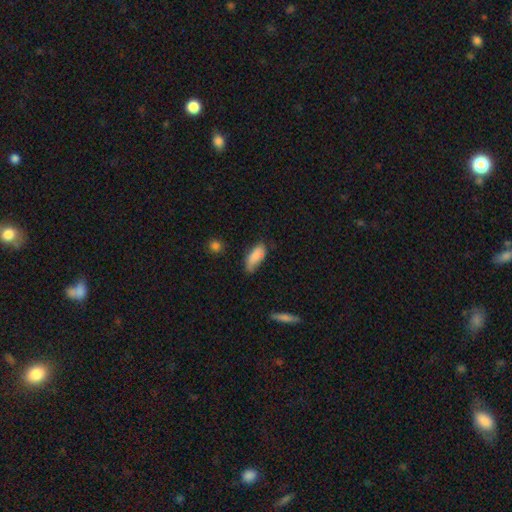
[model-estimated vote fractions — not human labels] A smooth galaxy with no disk features (83%) that is in between round and cigar-shaped (80%).

Vote fractions:
- Smooth or featured? smooth: 83% / featured or disk: 9% / star or artifact: 7%
- How rounded? in between: 80% / cigar-shaped: 18% / round: 2%
- Merging? none: 57% / minor disturbance: 33% / major disturbance: 7% / merger: 3%